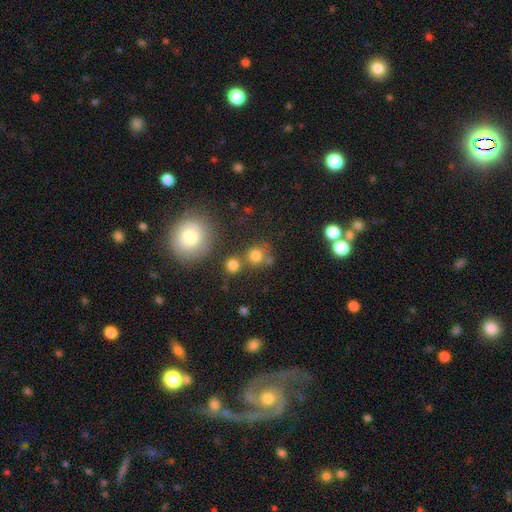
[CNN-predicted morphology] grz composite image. It shows a smooth galaxy with no disk features (75%) that is round (88%). Merging: none (64%).